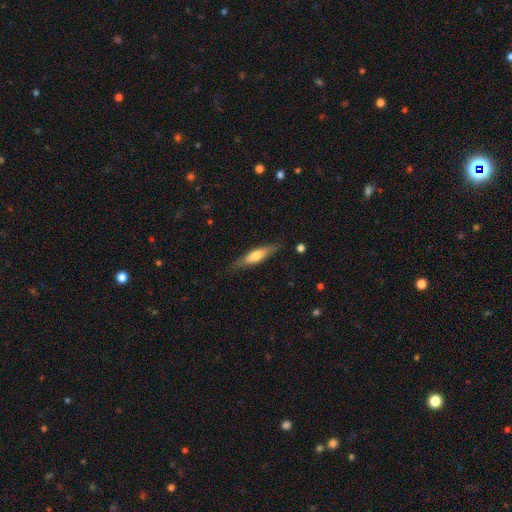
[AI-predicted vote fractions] smooth 55%, featured or disk 39%, star or artifact 6%. Down the decision tree: how rounded — cigar-shaped (70%); merging — none (80%).